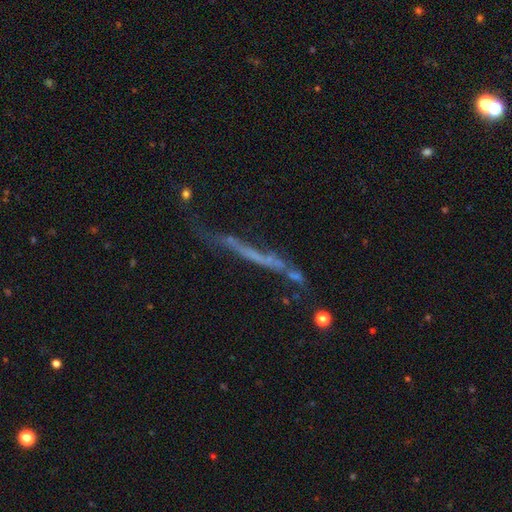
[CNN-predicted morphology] featured or disk 58%, smooth 27%, star or artifact 15%. Down the decision tree: edge-on disk — yes (74%); merging — none (44%).